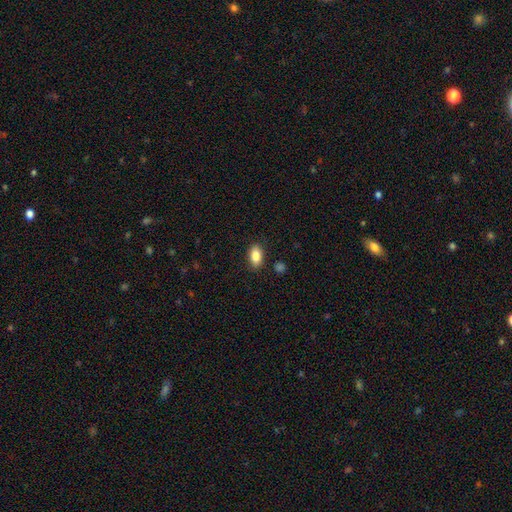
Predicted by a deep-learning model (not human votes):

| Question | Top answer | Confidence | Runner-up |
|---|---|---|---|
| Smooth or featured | smooth | 87% | star or artifact (8%) |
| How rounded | in between | 90% | round (6%) |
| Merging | none | 85% | minor disturbance (10%) |